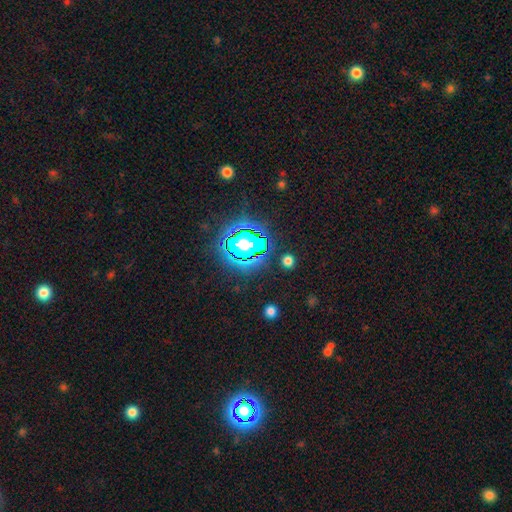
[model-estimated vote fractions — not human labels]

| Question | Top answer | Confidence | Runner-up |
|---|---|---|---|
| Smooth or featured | star or artifact | 77% | smooth (15%) |